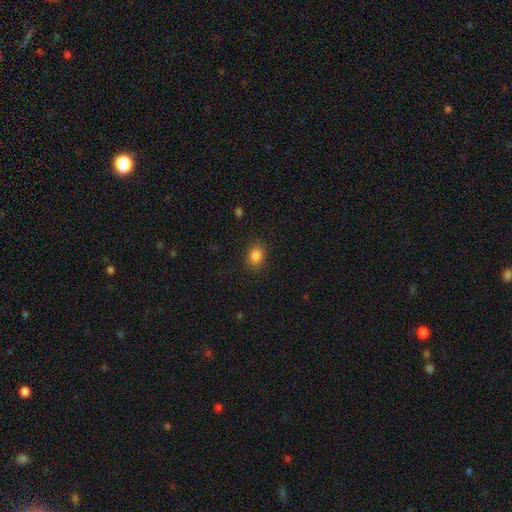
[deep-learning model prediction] This appears to be a smooth galaxy with no disk features (85%) that is in between round and cigar-shaped (60%). Merging: none (87%).